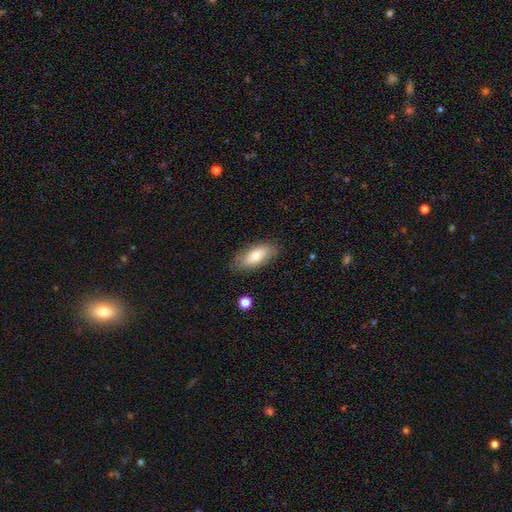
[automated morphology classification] Smooth or featured?
  - smooth: 74% *
  - featured or disk: 19%
  - star or artifact: 7%
How rounded?
  - in between: 84% *
  - cigar-shaped: 13%
  - round: 3%
Merging?
  - none: 84% *
  - minor disturbance: 12%
  - major disturbance: 3%
  - merger: 1%